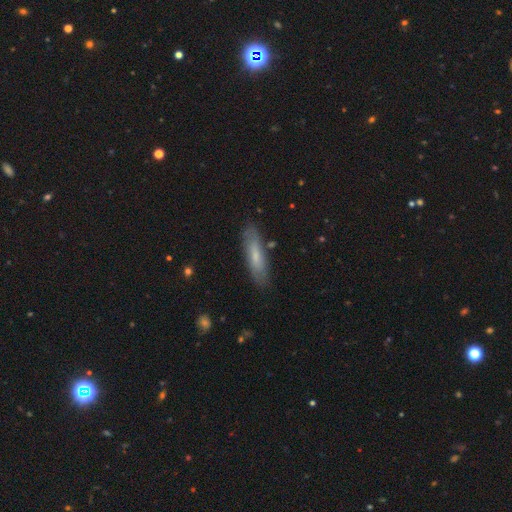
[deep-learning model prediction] Overall: smooth (60%; featured or disk 34%). How rounded: cigar-shaped (69%). Merging: none (84%).